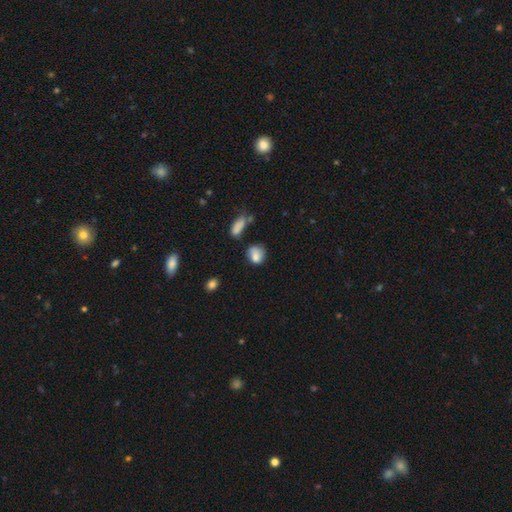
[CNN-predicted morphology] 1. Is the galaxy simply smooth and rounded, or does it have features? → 79% smooth, 11% featured or disk, 10% star or artifact.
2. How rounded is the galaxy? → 58% round, 40% in between, 2% cigar-shaped.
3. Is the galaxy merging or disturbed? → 51% none, 30% minor disturbance, 11% major disturbance, 8% merger.